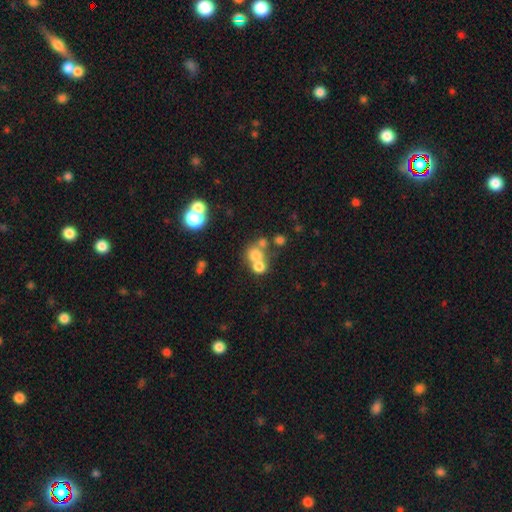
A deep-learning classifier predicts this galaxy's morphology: Smooth or featured: smooth — 66% (featured or disk — 18%)
How rounded: round — 78% (in between — 21%)
Merging: merger — 52% (none — 37%)